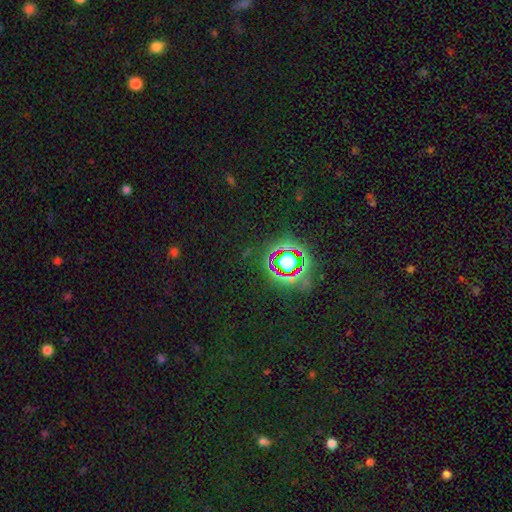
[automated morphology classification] A star or artifact, not a galaxy (78%).

Vote fractions:
- Smooth or featured? star or artifact: 78% / smooth: 13% / featured or disk: 8%